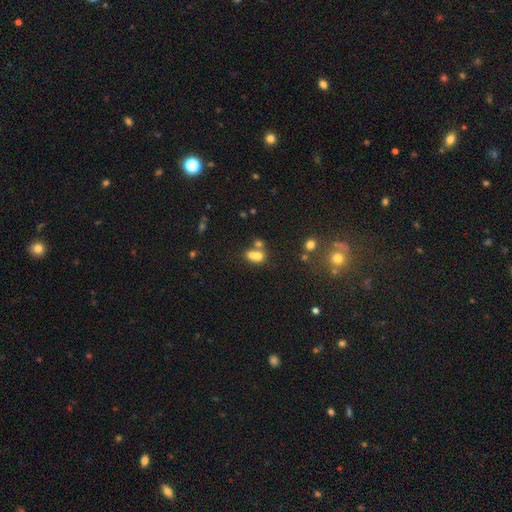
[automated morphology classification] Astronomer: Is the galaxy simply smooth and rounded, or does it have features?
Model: smooth — 72%.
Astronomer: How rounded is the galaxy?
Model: in between — 74%.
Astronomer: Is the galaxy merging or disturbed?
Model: merger — 51% (runner-up: none, 33%).